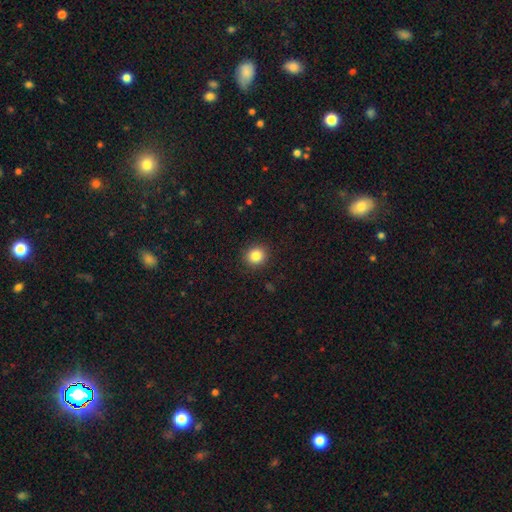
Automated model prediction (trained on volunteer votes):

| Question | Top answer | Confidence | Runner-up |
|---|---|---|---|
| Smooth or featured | smooth | 85% | star or artifact (10%) |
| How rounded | round | 85% | in between (14%) |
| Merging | none | 91% | minor disturbance (6%) |